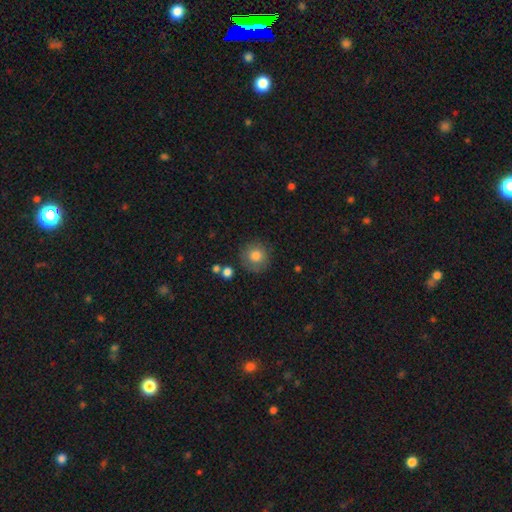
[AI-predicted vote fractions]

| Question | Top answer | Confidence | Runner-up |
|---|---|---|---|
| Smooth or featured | smooth | 81% | featured or disk (10%) |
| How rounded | round | 93% | in between (6%) |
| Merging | none | 82% | minor disturbance (11%) |